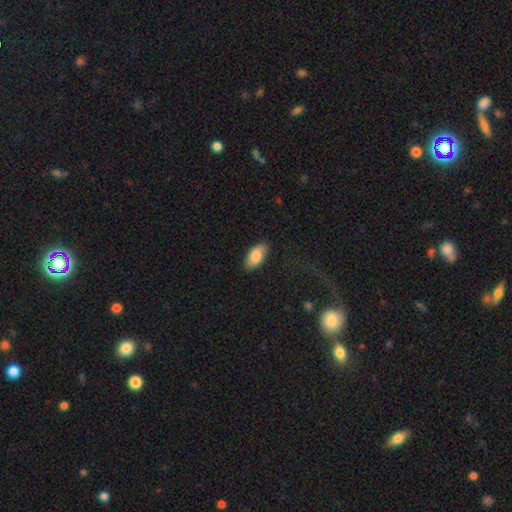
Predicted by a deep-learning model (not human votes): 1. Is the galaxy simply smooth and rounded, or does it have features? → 82% smooth, 12% featured or disk, 6% star or artifact.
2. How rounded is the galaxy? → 93% in between, 4% cigar-shaped, 3% round.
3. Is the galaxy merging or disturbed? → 84% none, 12% minor disturbance, 2% major disturbance, 1% merger.